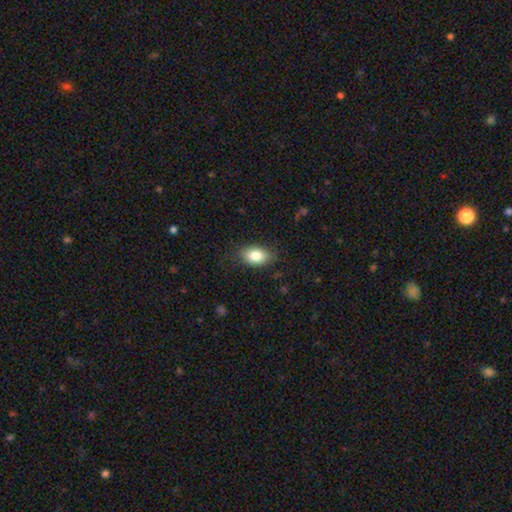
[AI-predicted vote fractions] Smooth or featured? Predicted: smooth (p=0.83). How rounded? Predicted: in between (p=0.88). Merging? Predicted: none (p=0.82).